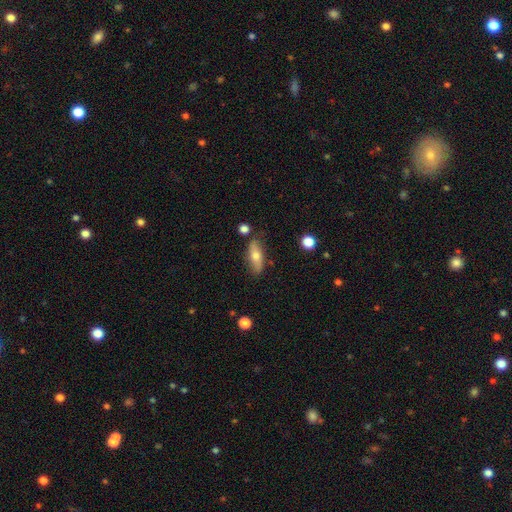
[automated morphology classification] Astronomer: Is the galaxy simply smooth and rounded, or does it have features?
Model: smooth — 63%.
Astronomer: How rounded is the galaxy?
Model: in between — 67%.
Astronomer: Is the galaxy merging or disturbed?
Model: none — 76%.